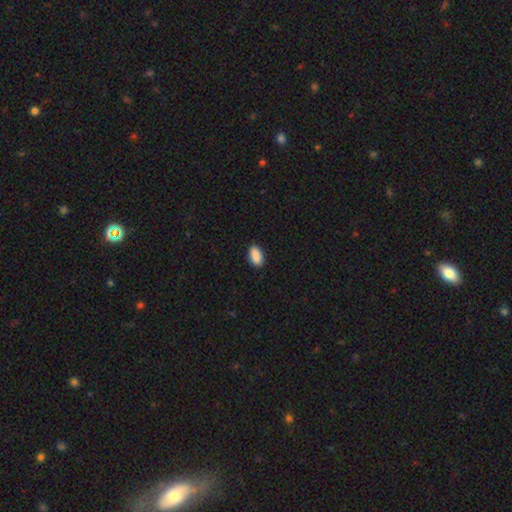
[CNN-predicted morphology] smooth-or-featured: smooth: 90% | star or artifact: 7% | featured or disk: 3%
  how-rounded: in between: 92% | round: 4% | cigar-shaped: 4%
  merging: none: 89% | minor disturbance: 8% | major disturbance: 2% | merger: 1%